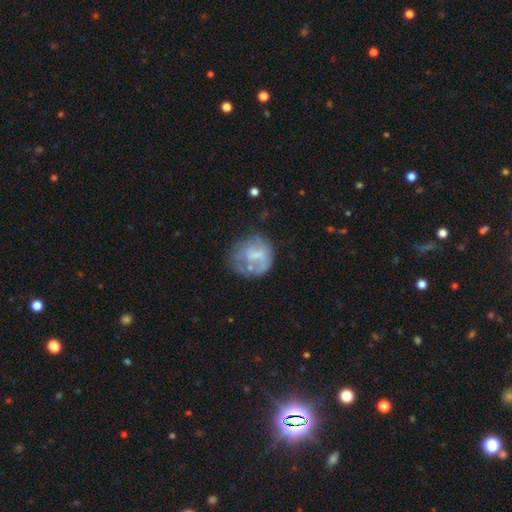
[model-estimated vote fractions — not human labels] Q: Smooth or featured?
A: smooth (46%); runner-up: featured or disk (45%)
Q: Merging?
A: none (45%); runner-up: minor disturbance (24%)